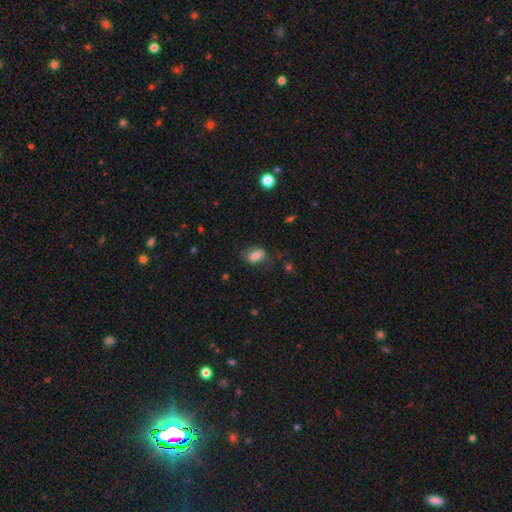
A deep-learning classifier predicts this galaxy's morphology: type=smooth (81%); roundness=in between (83%); merging=none (65%).